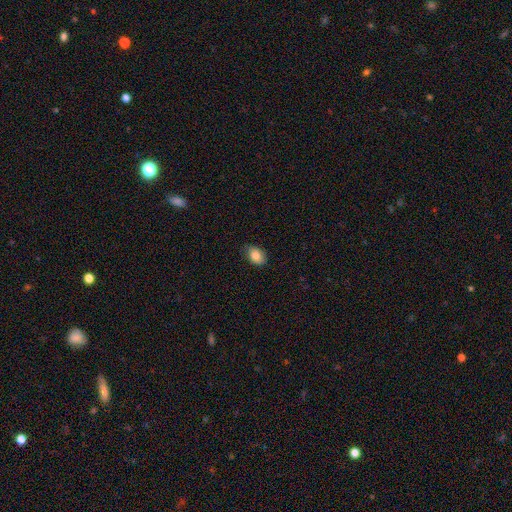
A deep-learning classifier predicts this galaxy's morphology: Smooth or featured?
  - smooth: 83% *
  - featured or disk: 10%
  - star or artifact: 8%
How rounded?
  - in between: 81% *
  - round: 18%
  - cigar-shaped: 1%
Merging?
  - none: 76% *
  - minor disturbance: 19%
  - major disturbance: 3%
  - merger: 1%